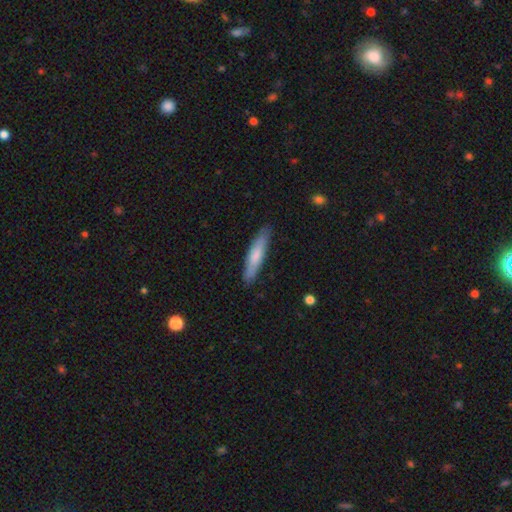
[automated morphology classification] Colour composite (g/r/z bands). It shows a smooth galaxy with no disk features (71%) that is cigar-shaped (84%). Merging: none (86%).